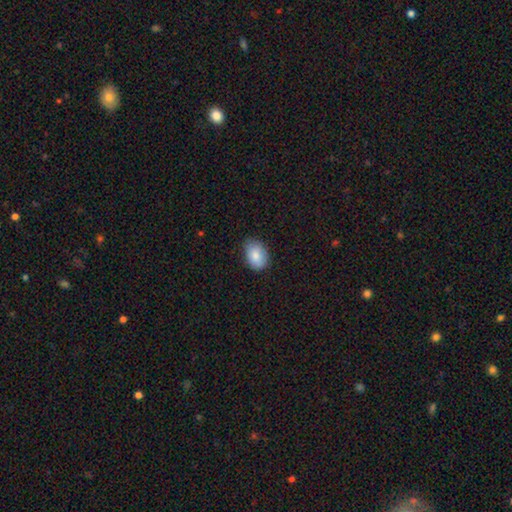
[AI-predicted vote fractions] The model was most divided on "merging": none: 78%, minor disturbance: 18%, major disturbance: 3%, merger: 1%. More confident: smooth or featured — smooth (85%); how rounded — in between (81%).